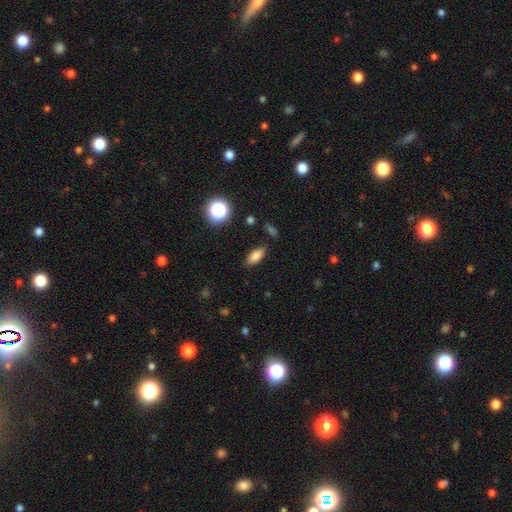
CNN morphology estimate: smooth_or_featured: smooth (p=0.80) [alt: star or artifact p=0.11]
how_rounded: in between (p=0.81) [alt: cigar-shaped p=0.14]
merging: none (p=0.85) [alt: minor disturbance p=0.10]